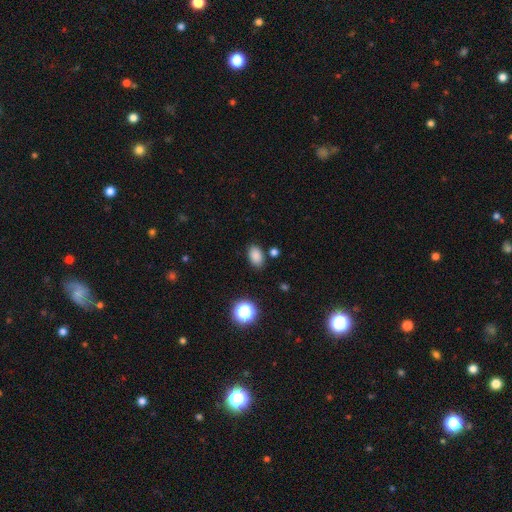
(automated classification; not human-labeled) Smooth or featured?
  - smooth: 84% *
  - star or artifact: 12%
  - featured or disk: 5%
How rounded?
  - in between: 87% *
  - round: 12%
  - cigar-shaped: 1%
Merging?
  - none: 82% *
  - minor disturbance: 11%
  - merger: 3%
  - major disturbance: 3%